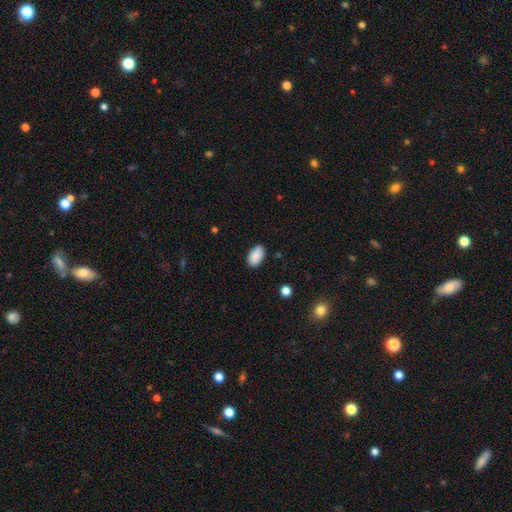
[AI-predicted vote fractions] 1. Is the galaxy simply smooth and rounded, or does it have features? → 90% smooth, 7% star or artifact, 3% featured or disk.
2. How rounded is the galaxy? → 94% in between, 4% round, 1% cigar-shaped.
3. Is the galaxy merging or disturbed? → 87% none, 9% minor disturbance, 2% major disturbance, 1% merger.